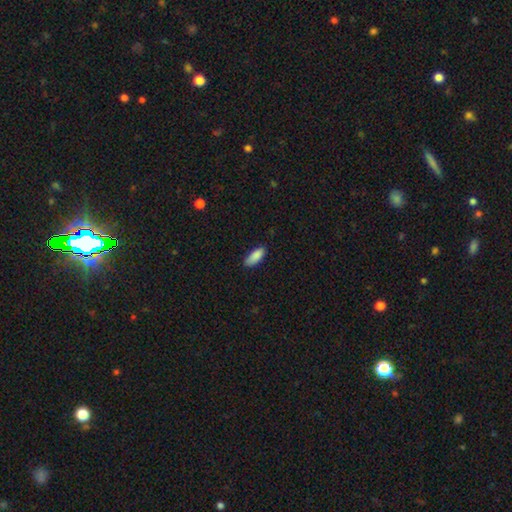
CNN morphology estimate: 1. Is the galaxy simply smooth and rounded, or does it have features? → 88% smooth, 7% star or artifact, 5% featured or disk.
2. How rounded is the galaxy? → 77% in between, 21% cigar-shaped, 2% round.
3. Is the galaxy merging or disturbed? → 79% none, 17% minor disturbance, 2% major disturbance, 1% merger.